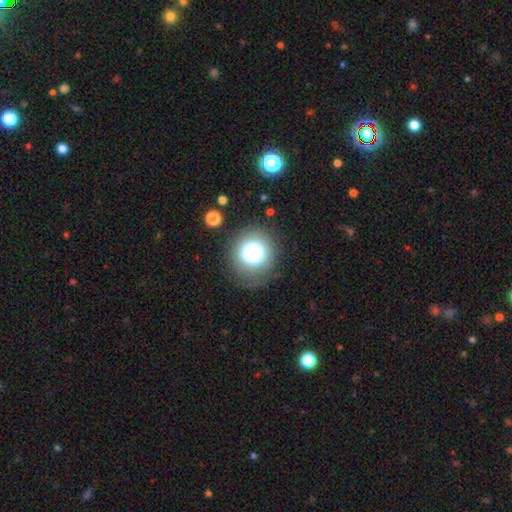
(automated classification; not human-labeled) Smooth or featured? smooth (77%)
How rounded? round (93%)
Merging? none (79%)